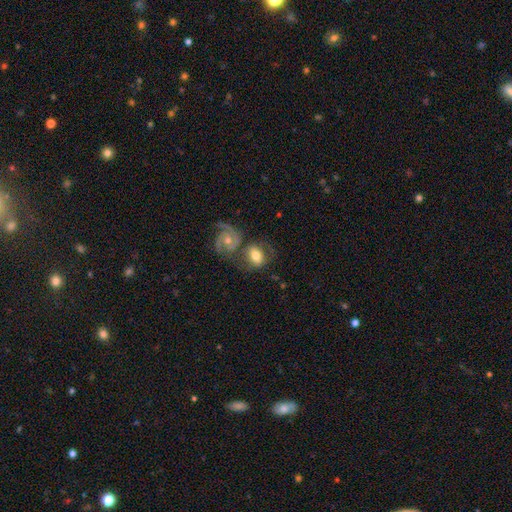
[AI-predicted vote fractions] A featured or disk galaxy (53%). Merging: none (39%).